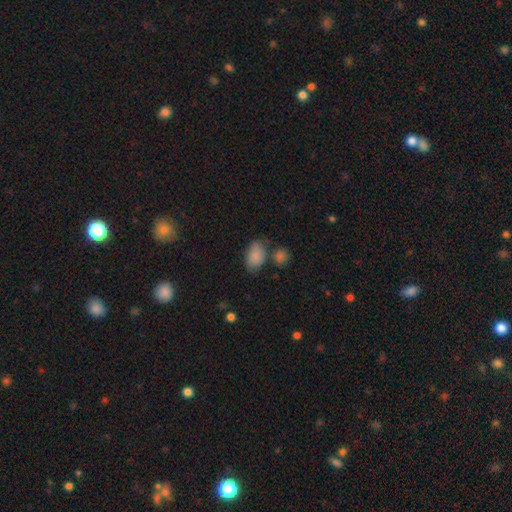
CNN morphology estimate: A smooth galaxy with no disk features (86%) that is in between round and cigar-shaped (90%). Merging: none (59%).